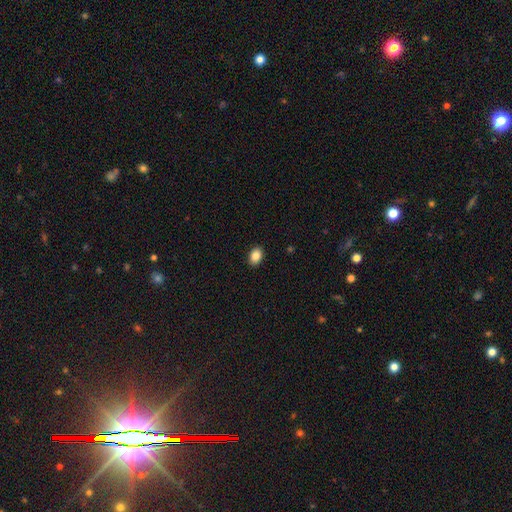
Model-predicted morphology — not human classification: Q: Smooth or featured?
A: smooth (86%); runner-up: star or artifact (8%)
Q: How rounded?
A: in between (81%); runner-up: round (18%)
Q: Merging?
A: none (90%); runner-up: minor disturbance (7%)